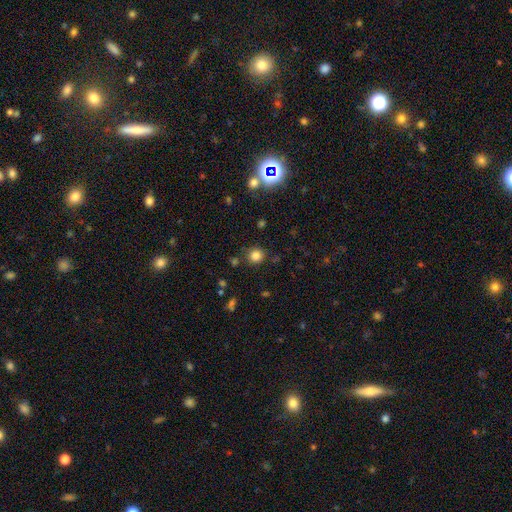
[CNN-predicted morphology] smooth-or-featured: smooth: 82% | star or artifact: 13% | featured or disk: 5%
  how-rounded: round: 91% | in between: 8% | cigar-shaped: 1%
  merging: none: 85% | minor disturbance: 8% | merger: 4% | major disturbance: 3%